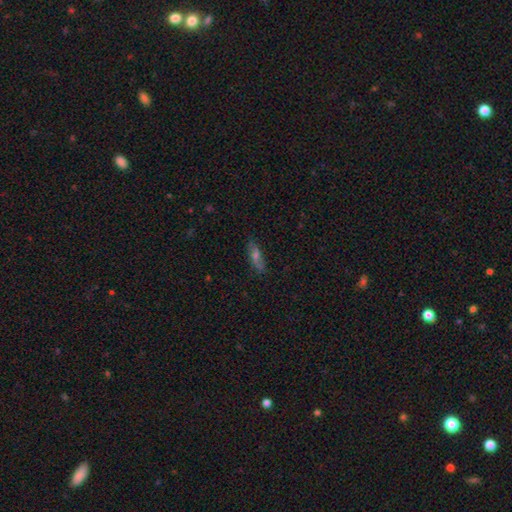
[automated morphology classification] smooth-or-featured: smooth: 45% | featured or disk: 41% | star or artifact: 13%
  merging: none: 81% | minor disturbance: 14% | major disturbance: 3% | merger: 2%